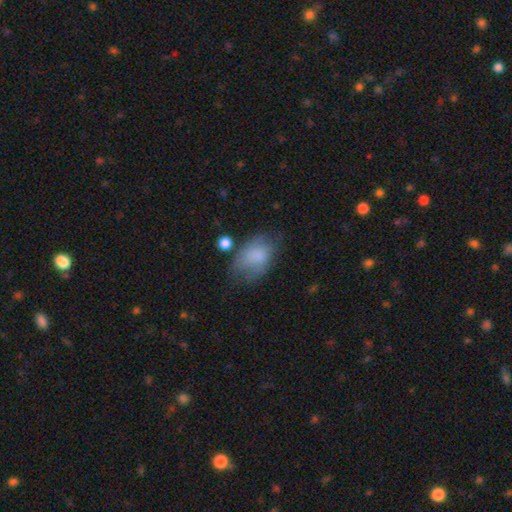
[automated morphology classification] smooth_or_featured: smooth (p=0.76) [alt: featured or disk p=0.15]
how_rounded: in between (p=0.86) [alt: round p=0.13]
merging: none (p=0.43) [alt: minor disturbance p=0.32]